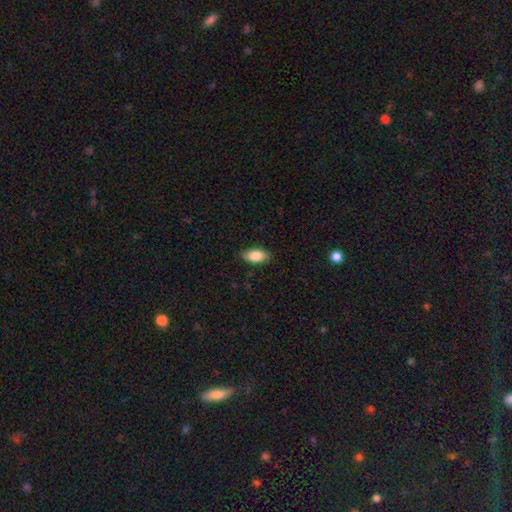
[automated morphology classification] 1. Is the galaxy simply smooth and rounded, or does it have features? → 86% smooth, 7% featured or disk, 7% star or artifact.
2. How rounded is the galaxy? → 90% in between, 7% cigar-shaped, 3% round.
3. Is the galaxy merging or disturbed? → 85% none, 11% minor disturbance, 2% major disturbance, 1% merger.